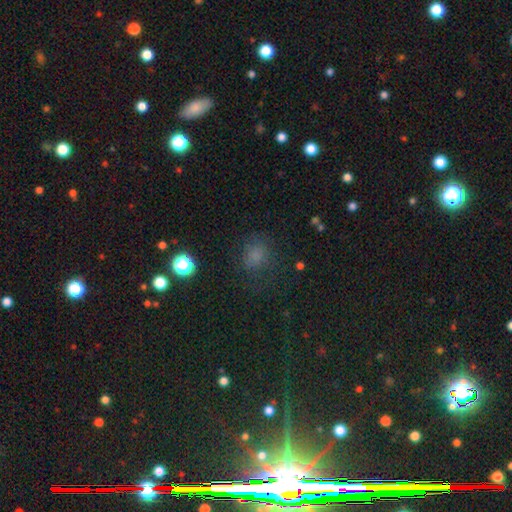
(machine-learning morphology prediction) type=smooth (70%); roundness=round (67%); merging=none (71%).